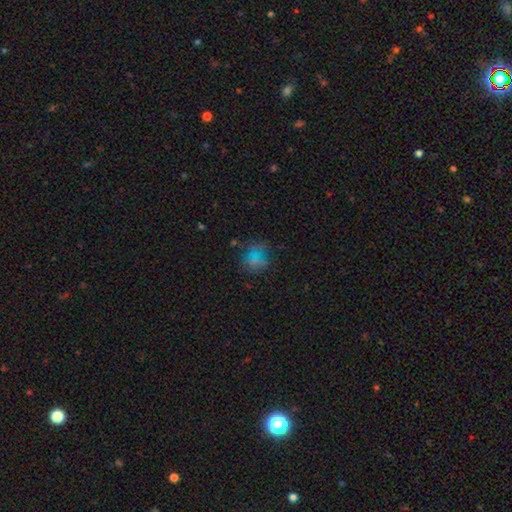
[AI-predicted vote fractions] Q: Smooth or featured?
A: smooth (54%); runner-up: star or artifact (27%)
Q: How rounded?
A: round (74%); runner-up: in between (25%)
Q: Merging?
A: none (59%); runner-up: minor disturbance (20%)